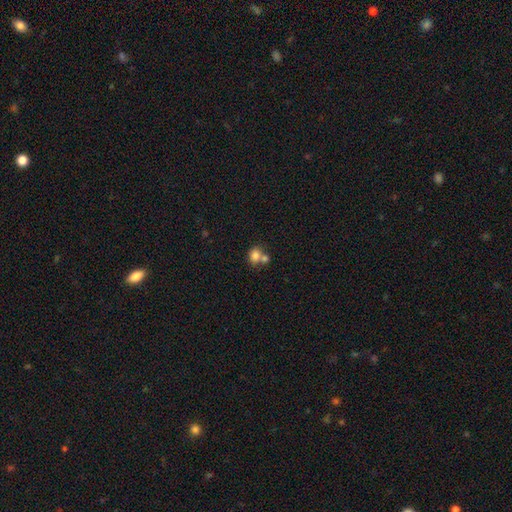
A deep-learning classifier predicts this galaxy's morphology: This appears to be a smooth galaxy with no disk features (79%) that is round (50%). Merging: merger (48%).